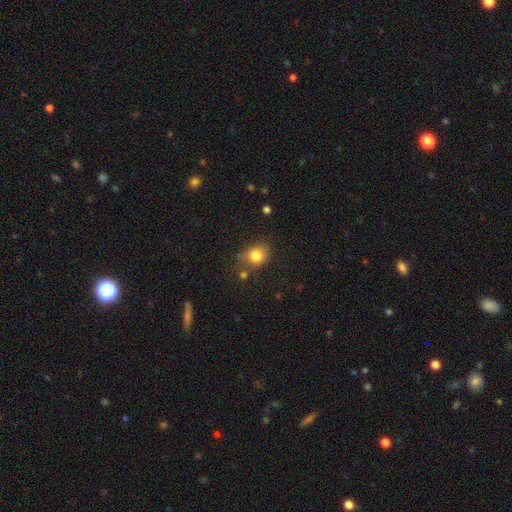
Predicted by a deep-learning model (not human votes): The model was most divided on "how rounded": round: 58%, in between: 41%, cigar-shaped: 1%. More confident: smooth or featured — smooth (82%); merging — none (69%).